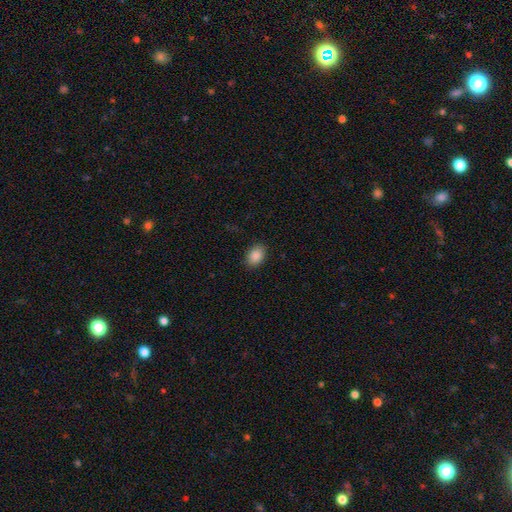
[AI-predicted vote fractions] smooth-or-featured: smooth: 88% | star or artifact: 8% | featured or disk: 4%
  how-rounded: in between: 78% | round: 21% | cigar-shaped: 1%
  merging: none: 89% | minor disturbance: 8% | major disturbance: 2% | merger: 1%